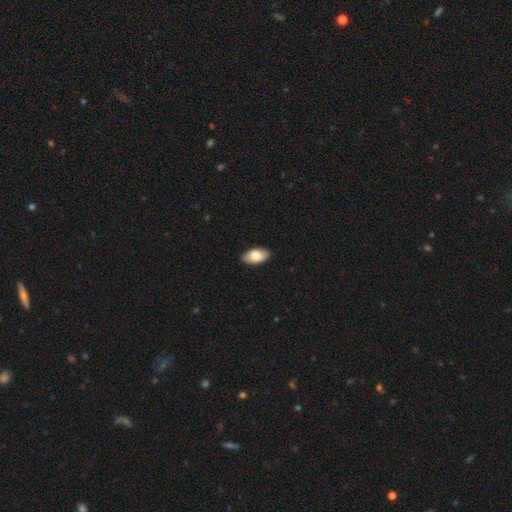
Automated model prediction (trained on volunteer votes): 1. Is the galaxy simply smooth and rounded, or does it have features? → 80% smooth, 14% featured or disk, 6% star or artifact.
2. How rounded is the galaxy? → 94% in between, 3% cigar-shaped, 3% round.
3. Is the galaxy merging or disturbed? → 89% none, 9% minor disturbance, 2% major disturbance, 1% merger.